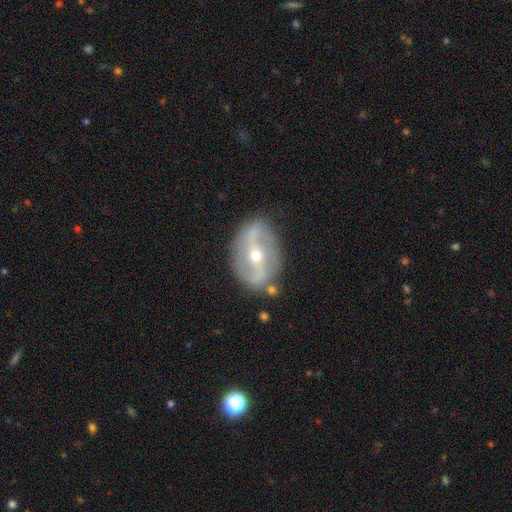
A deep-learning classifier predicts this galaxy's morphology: Overall: featured or disk (84%). Edge-on disk: no (95%). Bar: strong (47%; weak 31%). Spiral arms: yes (85%). Spiral arm count: 2 (91%). Spiral winding: loose (52%; medium 35%). Bulge size: moderate (49%; small 48%). Merging: none (80%).